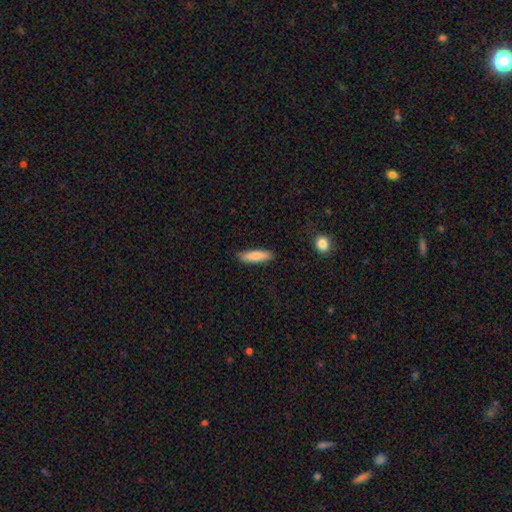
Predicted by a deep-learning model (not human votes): Smooth or featured: smooth — 84% (featured or disk — 10%)
How rounded: cigar-shaped — 69% (in between — 30%)
Merging: none — 86% (minor disturbance — 10%)